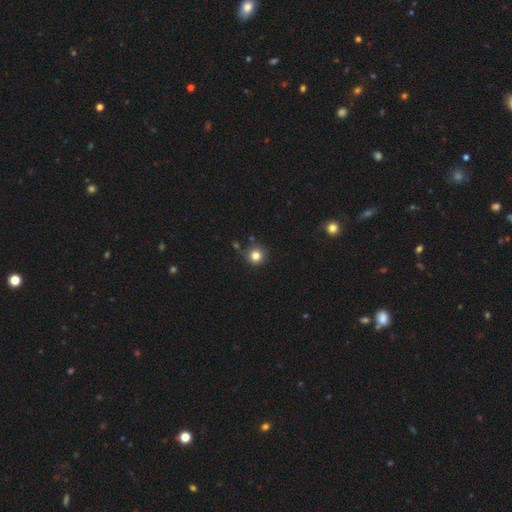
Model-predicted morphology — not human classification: Smooth or featured? Predicted: smooth (p=0.82). How rounded? Predicted: round (p=0.94). Merging? Predicted: none (p=0.82).